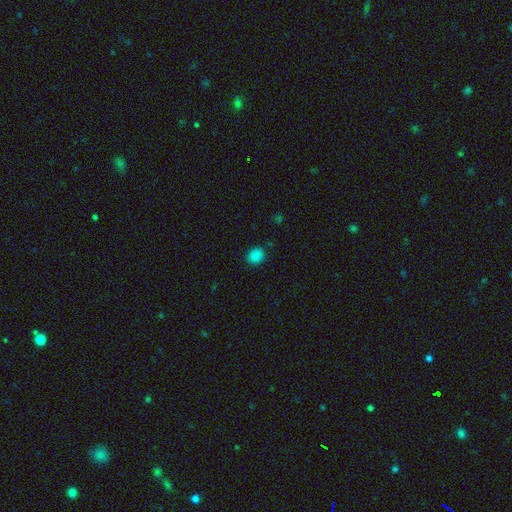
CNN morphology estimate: A smooth galaxy with no disk features (84%) that is round (71%). Merging: none (87%).